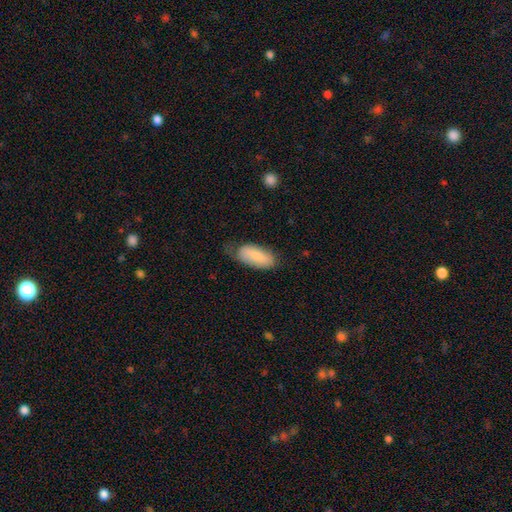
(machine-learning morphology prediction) smooth-or-featured: smooth: 78% | featured or disk: 16% | star or artifact: 6%
  how-rounded: in between: 90% | cigar-shaped: 8% | round: 2%
  merging: none: 50% | minor disturbance: 35% | major disturbance: 14% | merger: 2%